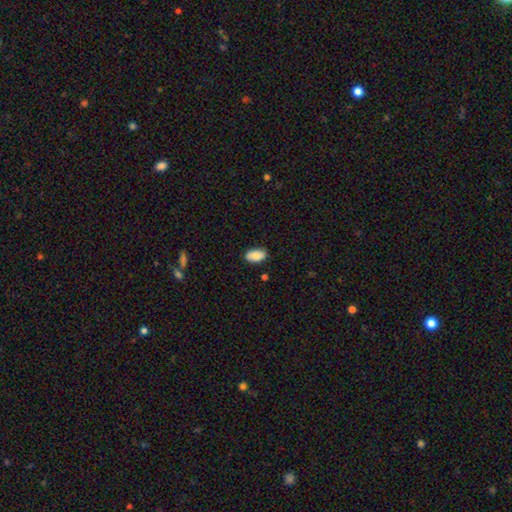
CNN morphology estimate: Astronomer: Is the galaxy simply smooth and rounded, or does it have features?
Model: smooth — 79%.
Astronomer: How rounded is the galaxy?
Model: in between — 94%.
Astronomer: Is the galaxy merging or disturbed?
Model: none — 80%.